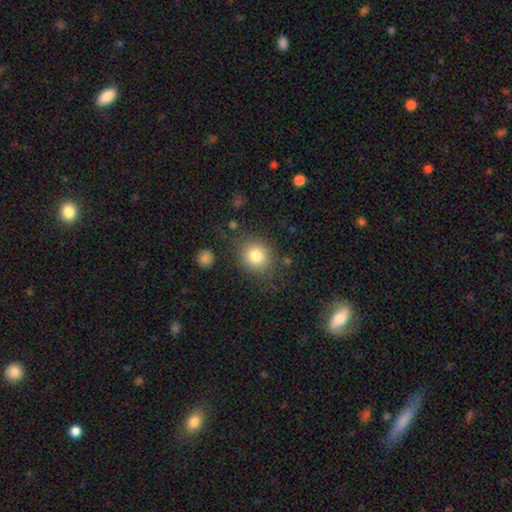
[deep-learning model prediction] Smooth or featured? smooth (81%)
How rounded? round (82%)
Merging? none (80%)